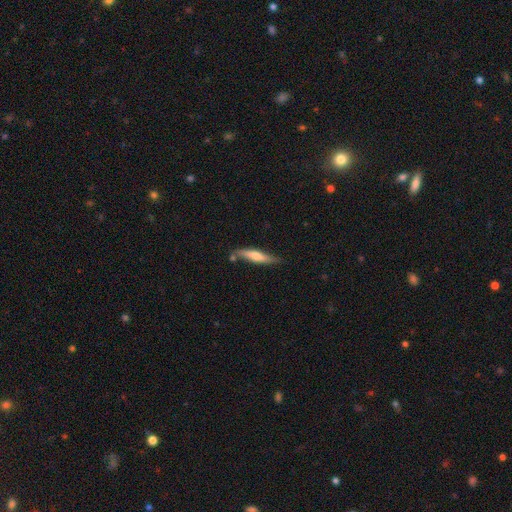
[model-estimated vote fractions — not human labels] smooth 54%, featured or disk 40%, star or artifact 5%. Down the decision tree: how rounded — cigar-shaped (85%); merging — none (68%).